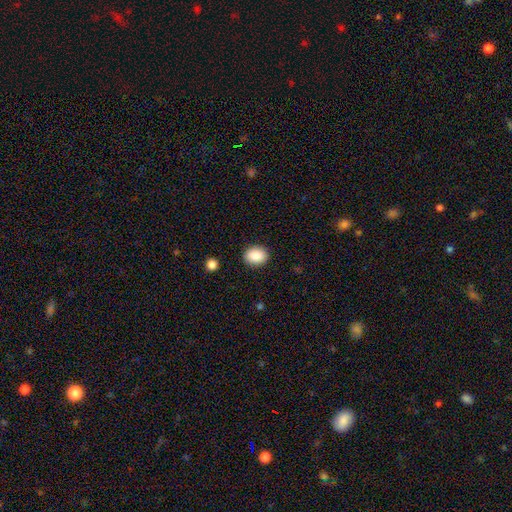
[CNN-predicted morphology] smooth_or_featured: smooth (p=0.88) [alt: star or artifact p=0.08]
how_rounded: in between (p=0.60) [alt: round p=0.39]
merging: none (p=0.88) [alt: minor disturbance p=0.08]